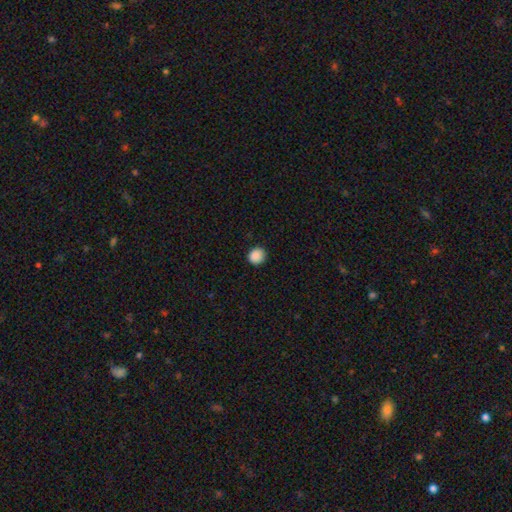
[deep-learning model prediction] Smooth or featured: smooth — 89% (star or artifact — 9%)
How rounded: round — 90% (in between — 9%)
Merging: none — 91% (minor disturbance — 6%)